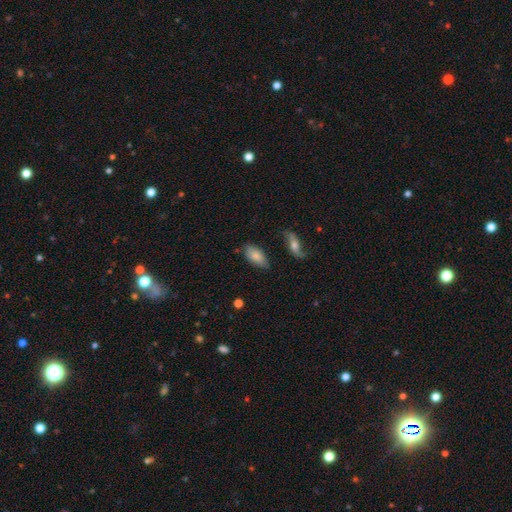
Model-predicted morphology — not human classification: Overall: smooth (79%). How rounded: in between (92%). Merging: none (68%).